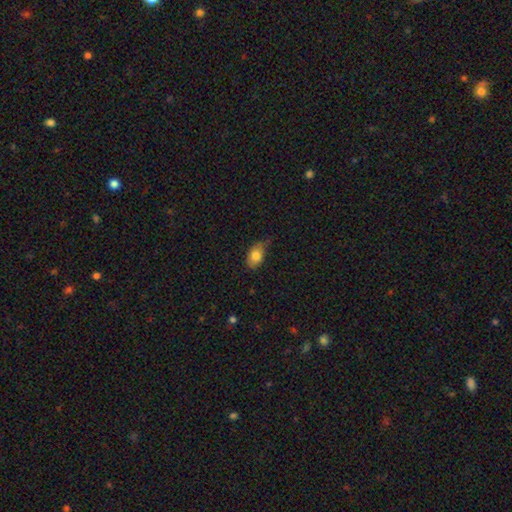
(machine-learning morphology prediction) Smooth or featured? Predicted: smooth (p=0.79). How rounded? Predicted: in between (p=0.83). Merging? Predicted: none (p=0.47).